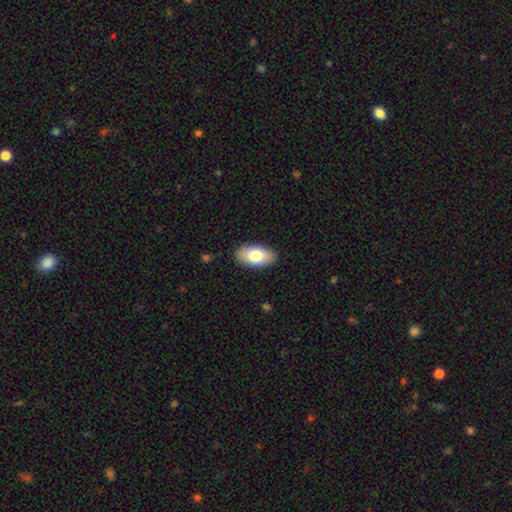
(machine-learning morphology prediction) Smooth or featured? smooth (77%)
How rounded? in between (94%)
Merging? none (88%)